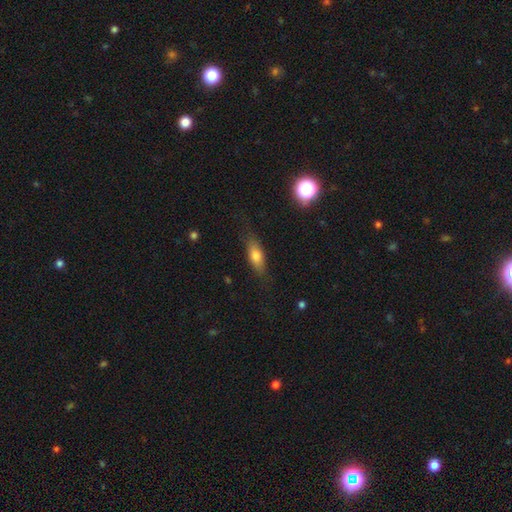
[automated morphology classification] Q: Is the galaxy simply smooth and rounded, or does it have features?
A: smooth — 70%.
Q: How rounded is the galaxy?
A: in between — 67%.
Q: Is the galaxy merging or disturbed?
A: none — 76%.